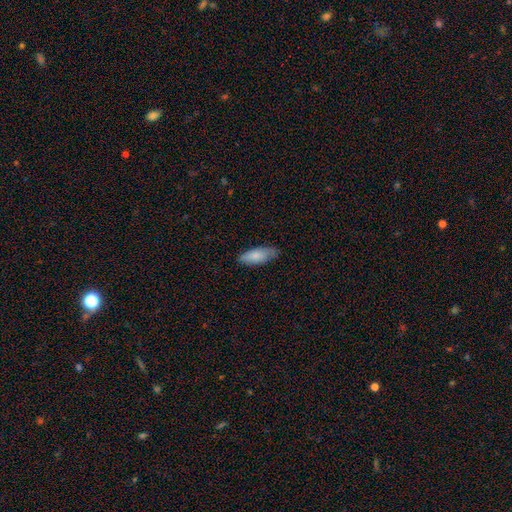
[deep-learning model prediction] smooth 83%, featured or disk 11%, star or artifact 6%. Down the decision tree: how rounded — in between (75%); merging — none (77%).